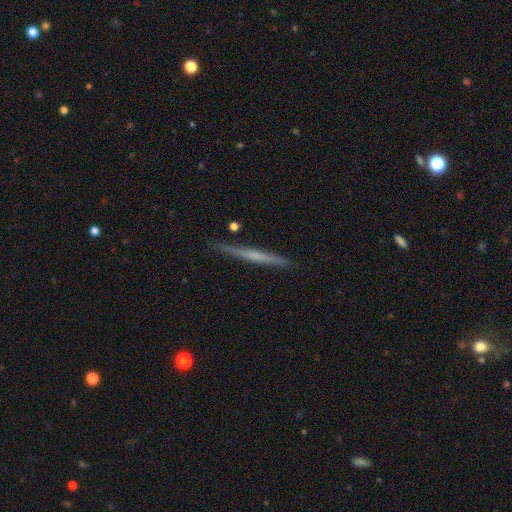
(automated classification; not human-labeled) Smooth or featured? featured or disk (58%)
Edge-on disk? yes (97%)
Edge-on bulge? none (70%)
Merging? none (90%)